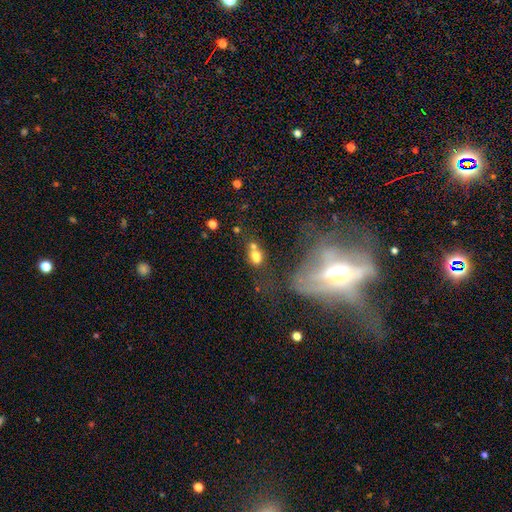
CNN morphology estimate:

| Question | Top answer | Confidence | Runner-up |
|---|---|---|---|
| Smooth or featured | smooth | 68% | featured or disk (19%) |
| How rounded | in between | 65% | round (31%) |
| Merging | merger | 41% | none (34%) |